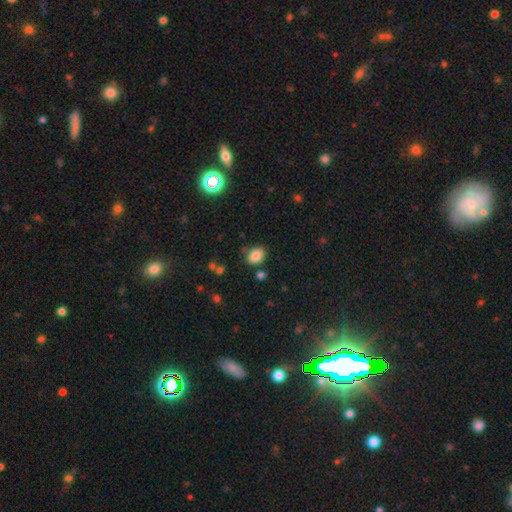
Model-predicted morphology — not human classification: This appears to be a smooth galaxy with no disk features (84%) that is in between round and cigar-shaped (68%). Merging: none (76%).